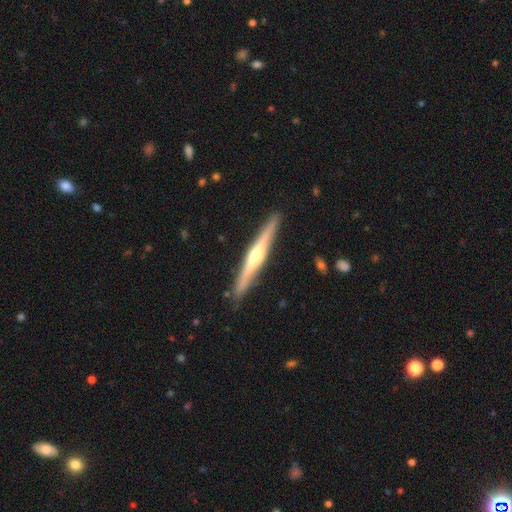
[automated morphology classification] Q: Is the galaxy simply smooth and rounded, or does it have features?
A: featured or disk — 73%.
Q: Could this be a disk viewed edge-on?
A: yes — 98%.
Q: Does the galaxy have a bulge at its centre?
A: rounded — 86%.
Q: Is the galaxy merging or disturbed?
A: none — 90%.